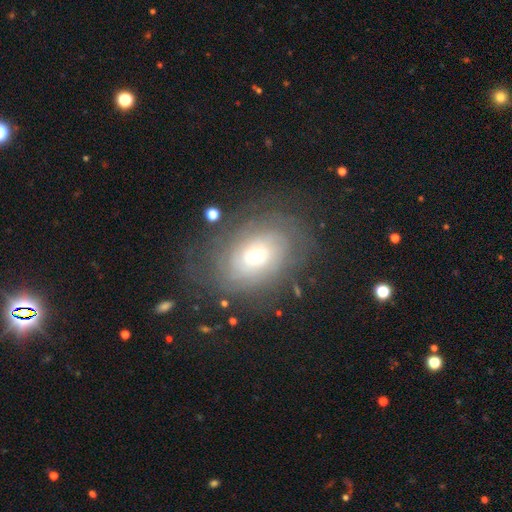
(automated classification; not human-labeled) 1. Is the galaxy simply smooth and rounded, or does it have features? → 70% featured or disk, 21% smooth, 9% star or artifact.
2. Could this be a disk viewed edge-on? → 95% no, 5% yes.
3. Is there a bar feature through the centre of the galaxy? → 81% no, 15% weak, 4% strong.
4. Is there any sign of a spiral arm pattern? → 84% yes, 16% no.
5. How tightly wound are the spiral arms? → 76% tight, 17% medium, 7% loose.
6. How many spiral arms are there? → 56% can't tell, 11% more than 4, 11% 2, 10% 4, 8% 3, 5% 1.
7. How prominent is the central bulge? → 61% small, 32% moderate, 5% large, 2% dominant, 1% none.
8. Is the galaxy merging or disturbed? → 73% none, 16% minor disturbance, 10% major disturbance, 2% merger.